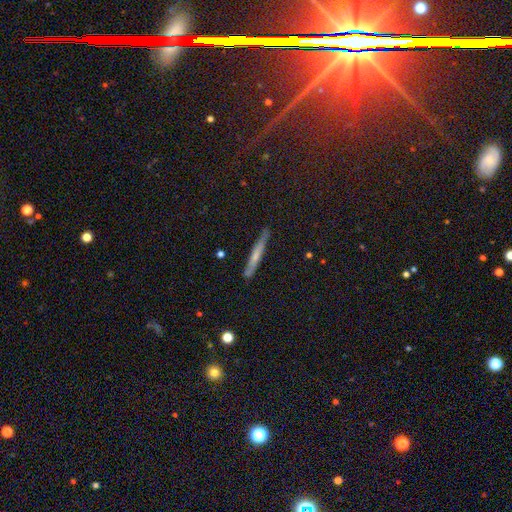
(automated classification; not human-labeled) Smooth or featured? Predicted: smooth (p=0.50). How rounded? Predicted: cigar-shaped (p=0.95). Merging? Predicted: none (p=0.83).